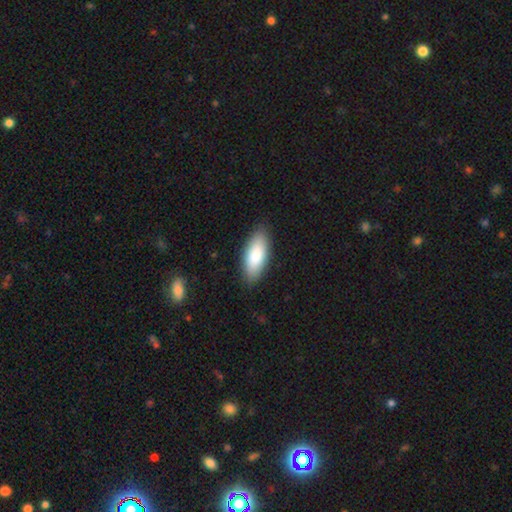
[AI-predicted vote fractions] This is clearly a smooth galaxy (86%). How rounded: clearly in between (83%). Merging: clearly none (86%).